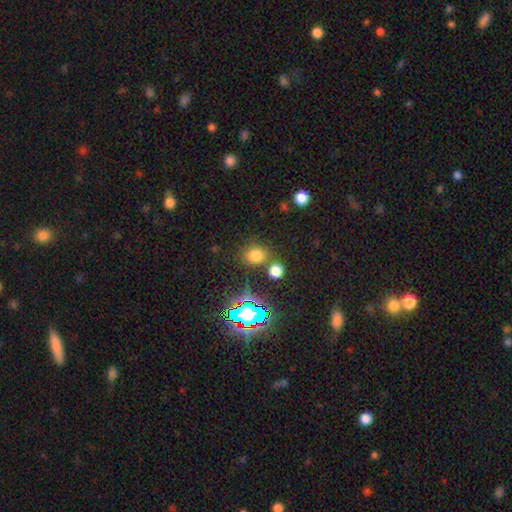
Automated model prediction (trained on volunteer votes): smooth_or_featured: smooth (p=0.70) [alt: star or artifact p=0.23]
how_rounded: round (p=0.72) [alt: in between p=0.27]
merging: none (p=0.73) [alt: merger p=0.12]